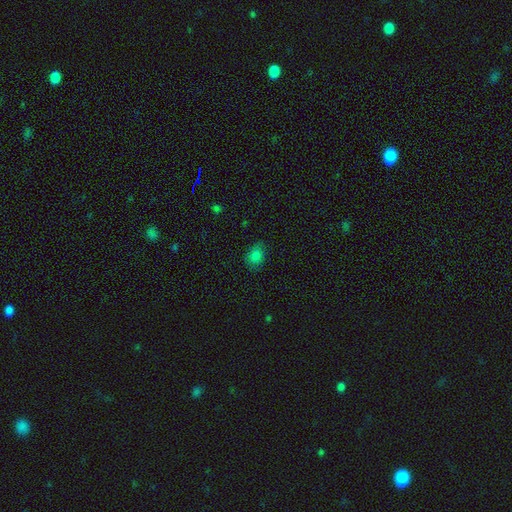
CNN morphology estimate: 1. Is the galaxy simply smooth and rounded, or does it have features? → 80% smooth, 13% star or artifact, 7% featured or disk.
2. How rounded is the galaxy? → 60% in between, 39% round, 1% cigar-shaped.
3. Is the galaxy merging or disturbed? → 78% none, 17% minor disturbance, 4% major disturbance, 1% merger.